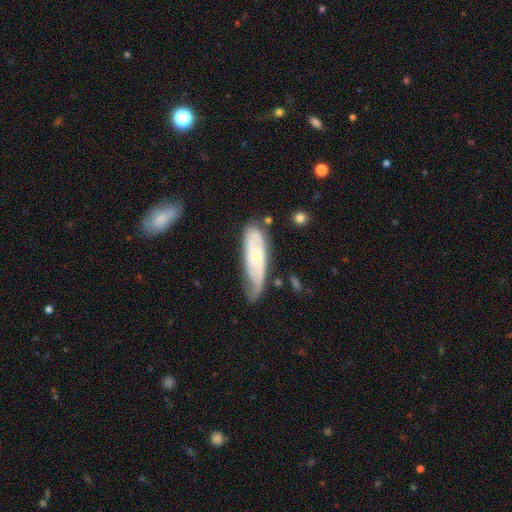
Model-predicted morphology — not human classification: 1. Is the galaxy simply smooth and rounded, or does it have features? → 65% featured or disk, 29% smooth, 6% star or artifact.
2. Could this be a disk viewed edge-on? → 79% no, 21% yes.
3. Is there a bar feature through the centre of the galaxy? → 74% no, 22% weak, 5% strong.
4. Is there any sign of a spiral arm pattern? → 80% yes, 20% no.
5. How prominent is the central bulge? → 62% small, 34% moderate, 2% none, 2% large, 1% dominant.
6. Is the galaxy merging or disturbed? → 52% none, 32% minor disturbance, 12% major disturbance, 4% merger.